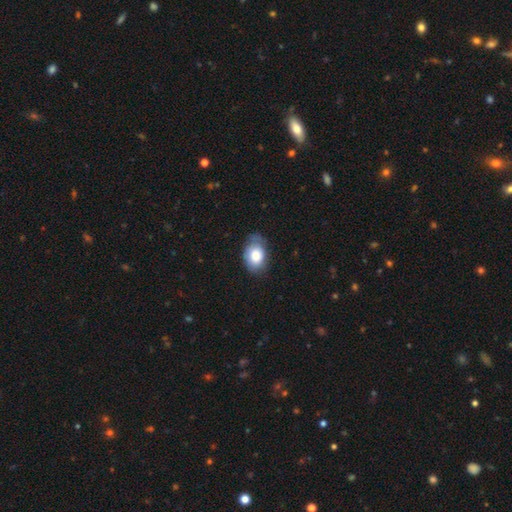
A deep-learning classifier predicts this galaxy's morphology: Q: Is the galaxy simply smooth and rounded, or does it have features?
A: smooth — 78%.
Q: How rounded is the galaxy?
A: in between — 82%.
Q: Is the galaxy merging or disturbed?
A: none — 58%.